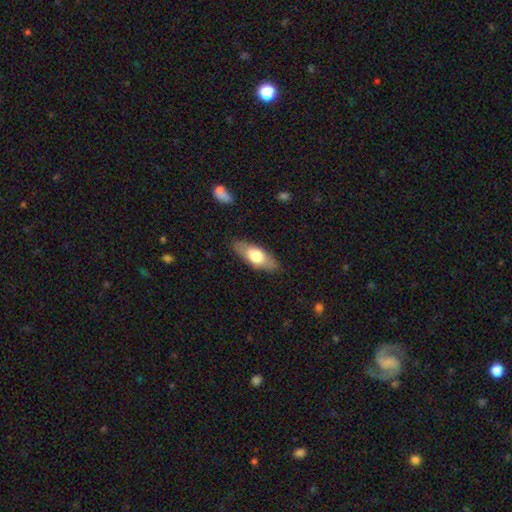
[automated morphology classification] This is likely a smooth galaxy (64%). How rounded: likely in between (71%). Merging: clearly none (85%).